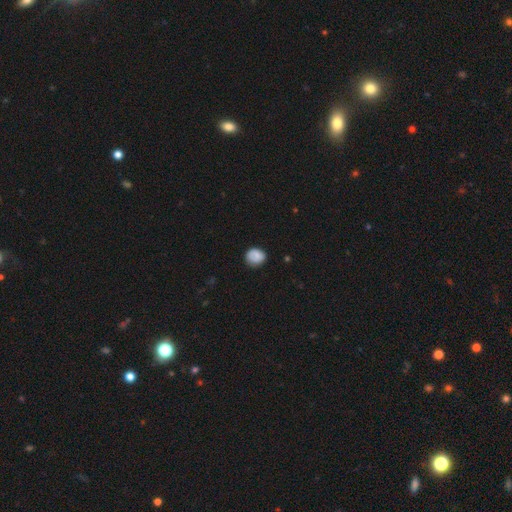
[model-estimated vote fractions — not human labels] Smooth or featured? smooth (80%)
How rounded? round (73%)
Merging? none (75%)